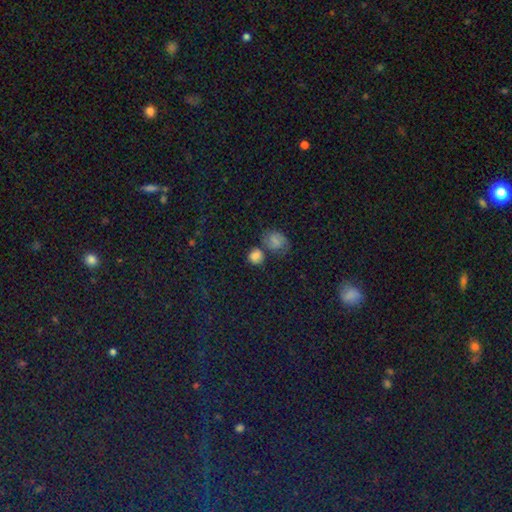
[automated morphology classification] This appears to be a smooth galaxy with no disk features (74%) that is round (82%). Merging: none (60%).